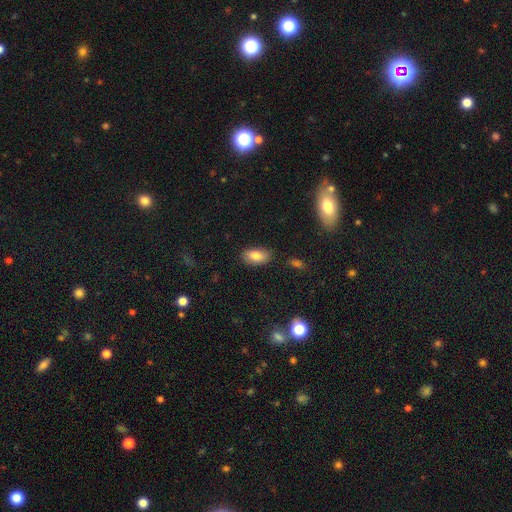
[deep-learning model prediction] Smooth or featured: smooth — 81% (featured or disk — 10%)
How rounded: in between — 93% (round — 4%)
Merging: none — 84% (minor disturbance — 12%)